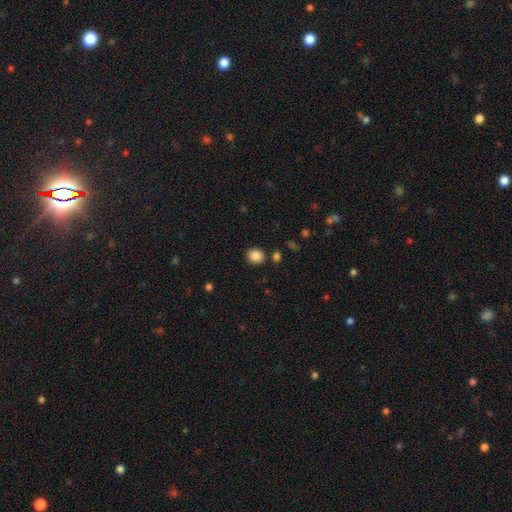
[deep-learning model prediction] Smooth or featured: smooth — 86% (star or artifact — 9%)
How rounded: round — 81% (in between — 18%)
Merging: none — 86% (minor disturbance — 8%)